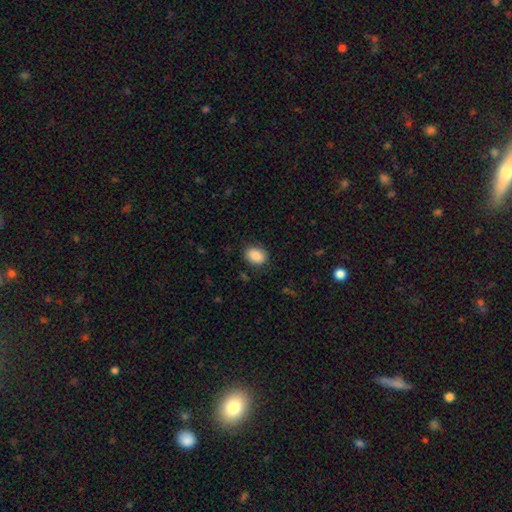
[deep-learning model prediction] smooth_or_featured: smooth (p=0.87) [alt: star or artifact p=0.08]
how_rounded: in between (p=0.71) [alt: round p=0.28]
merging: none (p=0.86) [alt: minor disturbance p=0.10]